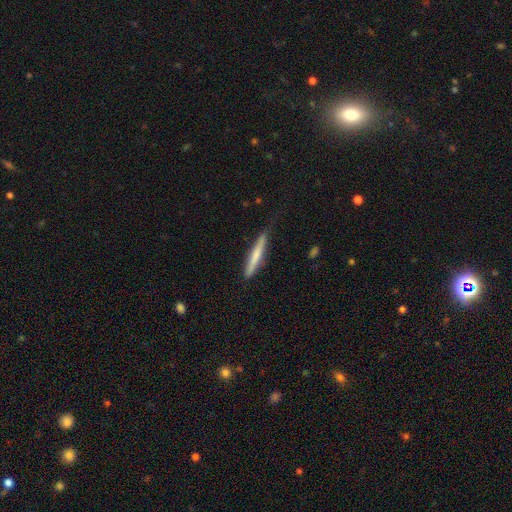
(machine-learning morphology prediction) Smooth or featured: smooth — 62% (featured or disk — 32%)
How rounded: cigar-shaped — 94% (in between — 4%)
Merging: none — 74% (minor disturbance — 21%)